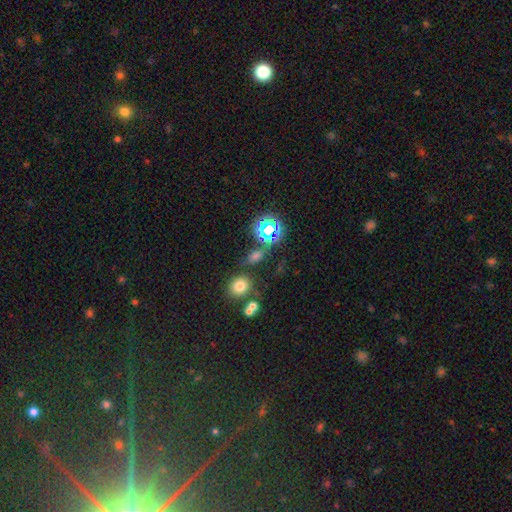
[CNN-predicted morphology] type=smooth (56%); roundness=in between (61%); merging=none (70%).